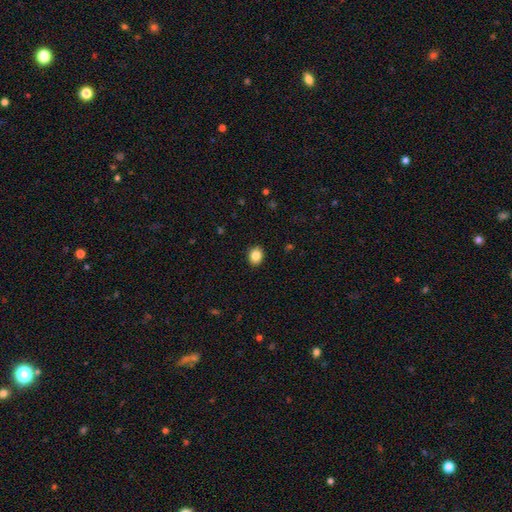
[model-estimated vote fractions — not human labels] This is clearly a smooth galaxy (85%). How rounded: possibly round (54%). Merging: clearly none (91%).